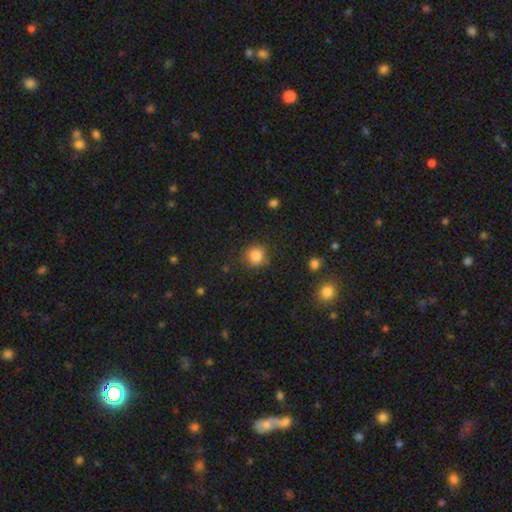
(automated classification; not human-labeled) Smooth or featured? smooth (85%)
How rounded? round (90%)
Merging? none (84%)